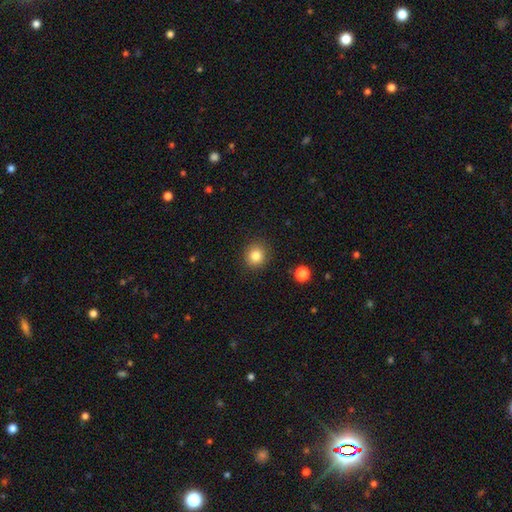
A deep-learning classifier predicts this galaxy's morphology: Smooth or featured? smooth (82%)
How rounded? round (89%)
Merging? none (90%)